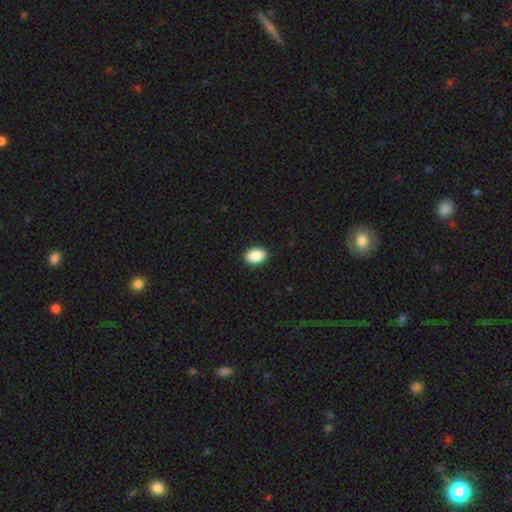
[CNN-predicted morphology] The model was most divided on "how rounded": in between: 85%, round: 14%, cigar-shaped: 1%. More confident: merging — none (91%); smooth or featured — smooth (90%).